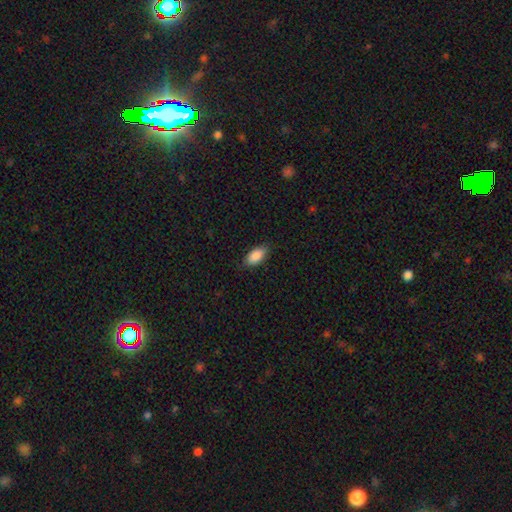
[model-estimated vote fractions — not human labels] smooth 89%, star or artifact 6%, featured or disk 5%. Down the decision tree: how rounded — in between (91%); merging — none (84%).